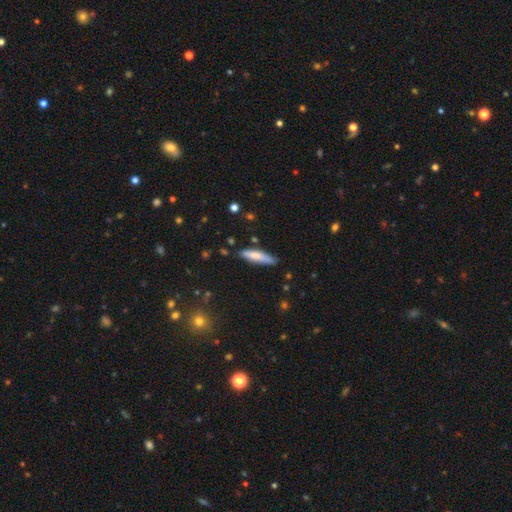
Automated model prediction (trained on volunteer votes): The model was most divided on "smooth or featured": smooth: 73%, featured or disk: 21%, star or artifact: 6%. More confident: merging — none (82%); how rounded — cigar-shaped (77%).